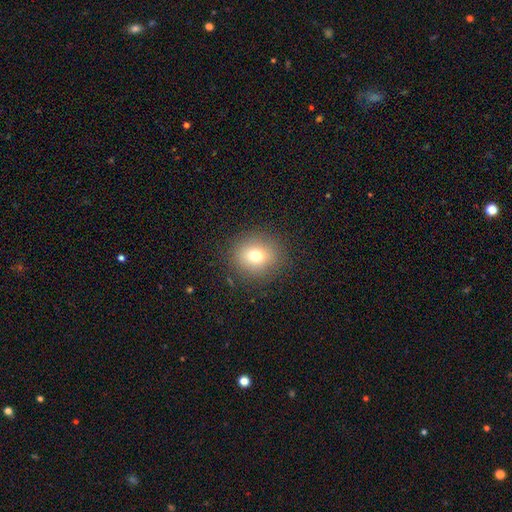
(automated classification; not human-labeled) Smooth or featured: smooth — 73% (star or artifact — 14%)
How rounded: round — 82% (in between — 17%)
Merging: none — 87% (minor disturbance — 8%)